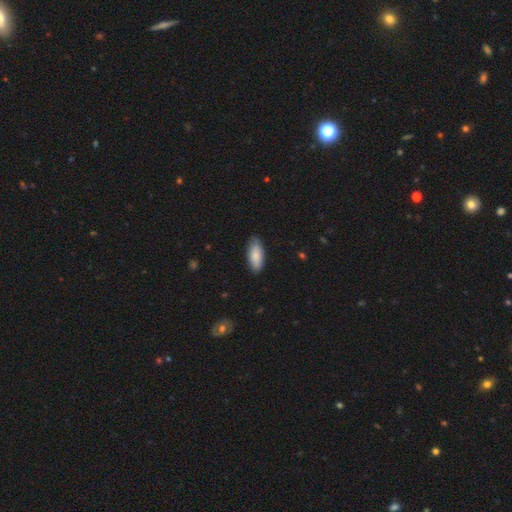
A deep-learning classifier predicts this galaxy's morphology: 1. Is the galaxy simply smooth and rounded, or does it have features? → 84% smooth, 10% featured or disk, 5% star or artifact.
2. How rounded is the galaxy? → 83% in between, 15% cigar-shaped, 2% round.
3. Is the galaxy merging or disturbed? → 84% none, 13% minor disturbance, 2% major disturbance, 1% merger.